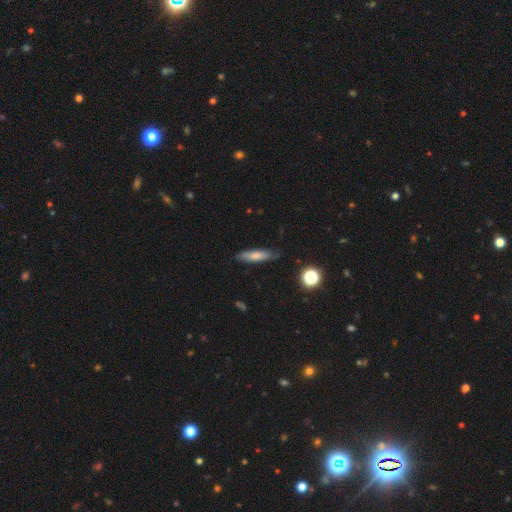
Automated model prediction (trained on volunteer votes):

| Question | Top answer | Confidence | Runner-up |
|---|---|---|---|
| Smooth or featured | smooth | 70% | featured or disk (23%) |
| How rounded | cigar-shaped | 78% | in between (20%) |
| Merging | none | 82% | minor disturbance (14%) |